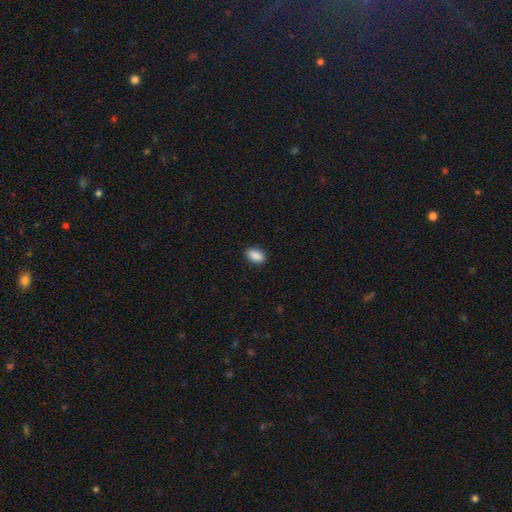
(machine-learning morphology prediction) smooth_or_featured: smooth (p=0.90) [alt: star or artifact p=0.07]
how_rounded: in between (p=0.92) [alt: round p=0.06]
merging: none (p=0.89) [alt: minor disturbance p=0.08]